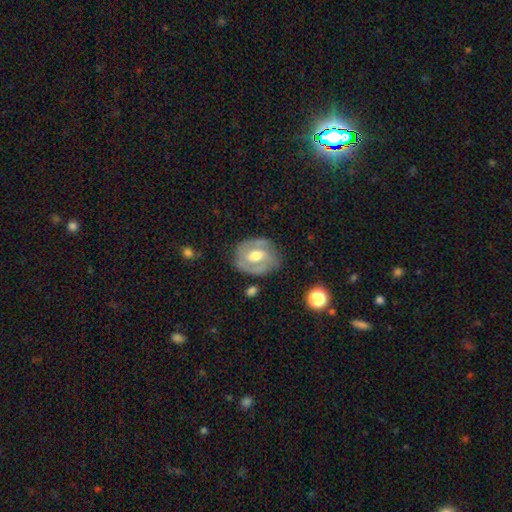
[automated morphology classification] Smooth or featured? Predicted: featured or disk (p=0.70). Edge-on disk? Predicted: no (p=0.96). Bar? Predicted: weak (p=0.44). Spiral arms? Predicted: yes (p=0.70). Bulge size? Predicted: moderate (p=0.68). Merging? Predicted: none (p=0.74).